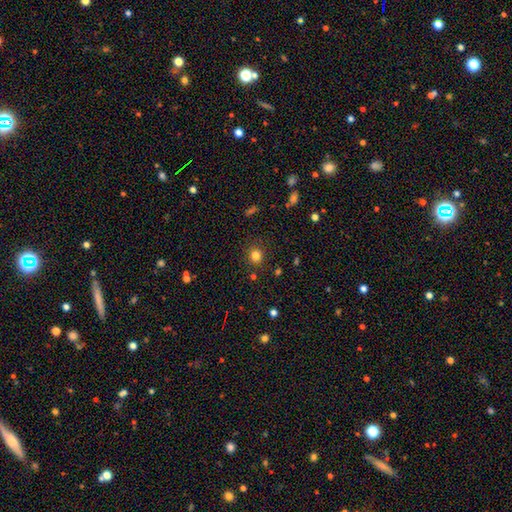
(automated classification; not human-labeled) Overall: smooth (80%). How rounded: round (88%). Merging: none (88%).